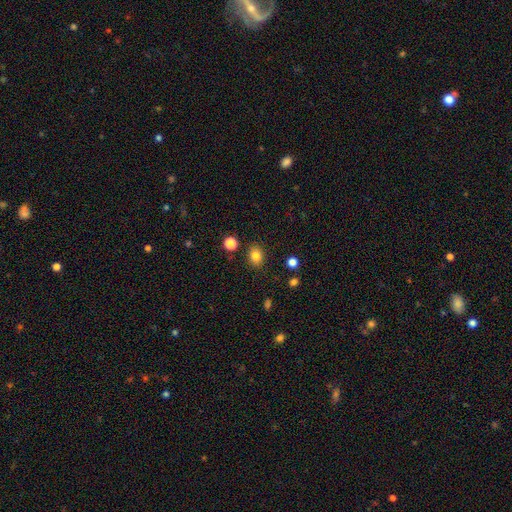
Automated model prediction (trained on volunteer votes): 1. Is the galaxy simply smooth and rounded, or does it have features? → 83% smooth, 11% star or artifact, 6% featured or disk.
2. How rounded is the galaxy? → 52% in between, 47% round, 1% cigar-shaped.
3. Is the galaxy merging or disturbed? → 86% none, 9% minor disturbance, 3% major disturbance, 3% merger.